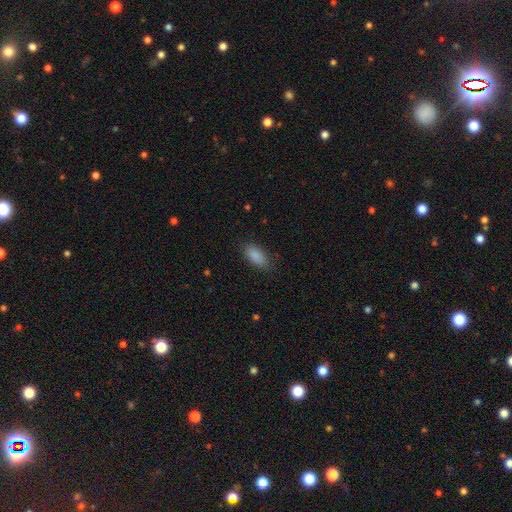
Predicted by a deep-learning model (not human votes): The model was most divided on "merging": none: 84%, minor disturbance: 12%, major disturbance: 3%, merger: 1%. More confident: how rounded — in between (90%); smooth or featured — smooth (89%).